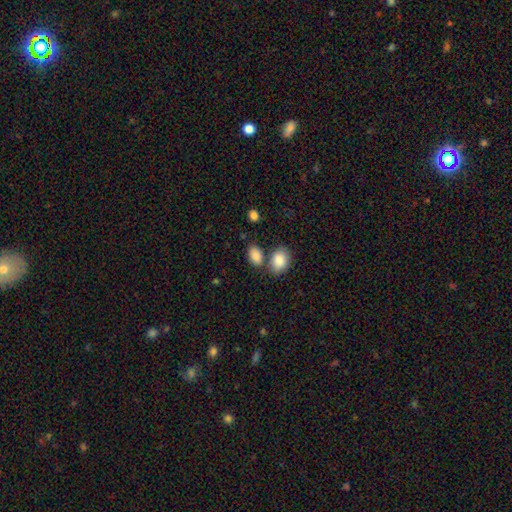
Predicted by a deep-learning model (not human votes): Q: Smooth or featured?
A: smooth (87%); runner-up: star or artifact (8%)
Q: How rounded?
A: in between (87%); runner-up: round (12%)
Q: Merging?
A: none (62%); runner-up: merger (22%)